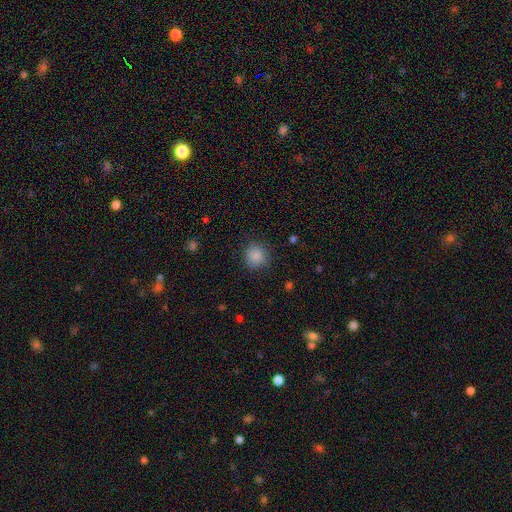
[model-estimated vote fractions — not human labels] Smooth or featured: smooth — 87% (star or artifact — 9%)
How rounded: round — 89% (in between — 10%)
Merging: none — 85% (minor disturbance — 10%)